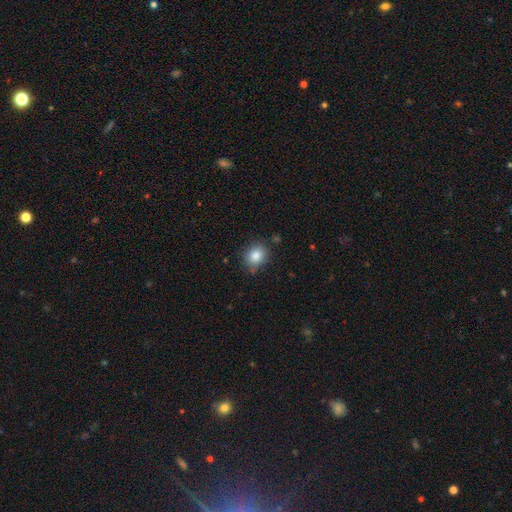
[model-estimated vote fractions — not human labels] Q: Smooth or featured?
A: smooth (84%); runner-up: star or artifact (9%)
Q: How rounded?
A: round (56%); runner-up: in between (43%)
Q: Merging?
A: none (79%); runner-up: minor disturbance (15%)